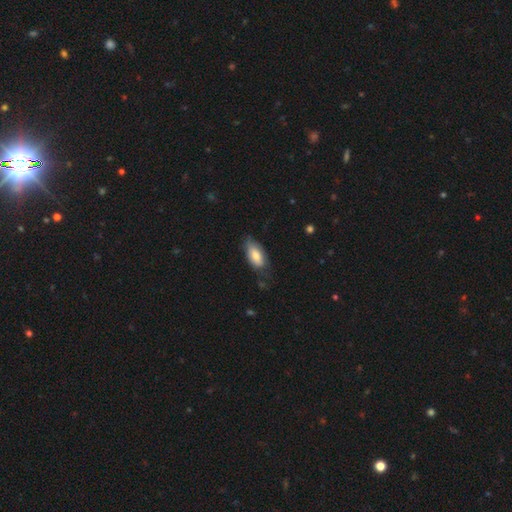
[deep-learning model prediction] Morphology: type=smooth (78%); roundness=in between (89%); merging=none (60%).